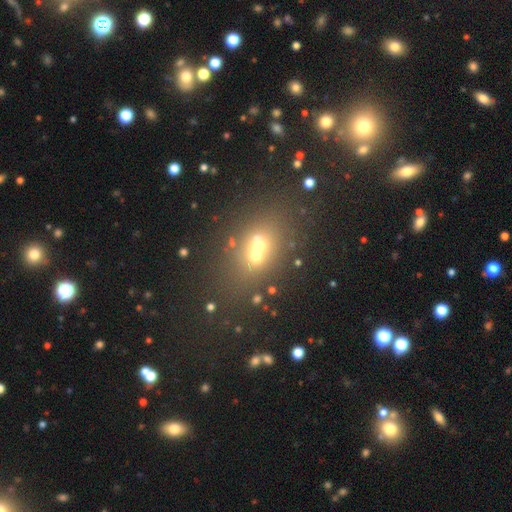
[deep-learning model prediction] Smooth or featured: smooth — 54% (featured or disk — 24%)
How rounded: round — 55% (in between — 43%)
Merging: merger — 56% (none — 32%)